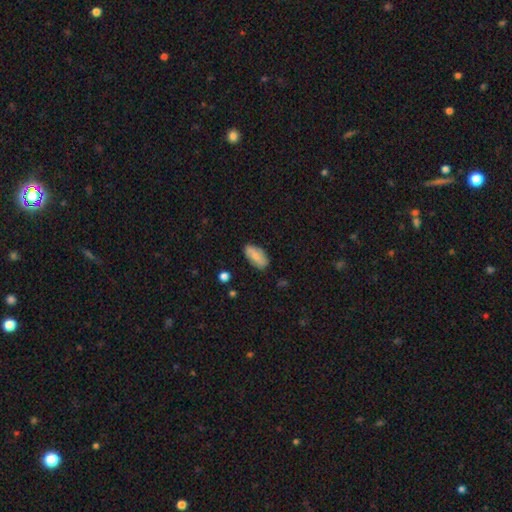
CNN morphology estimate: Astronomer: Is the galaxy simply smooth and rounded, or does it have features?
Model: smooth — 70%.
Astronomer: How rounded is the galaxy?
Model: in between — 92%.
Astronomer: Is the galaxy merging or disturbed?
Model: none — 81%.